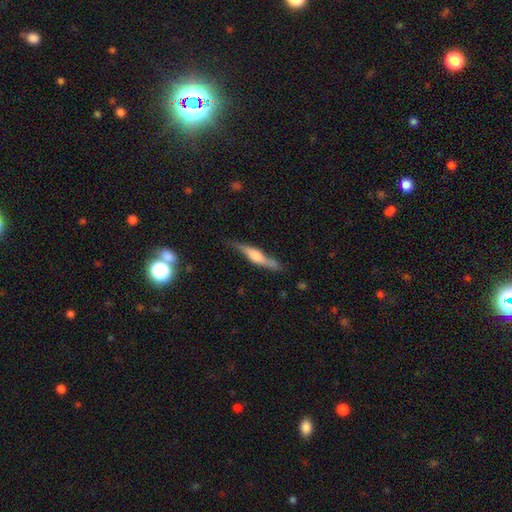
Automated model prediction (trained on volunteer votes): featured or disk 57%, smooth 37%, star or artifact 6%. Down the decision tree: edge-on disk — yes (89%); edge-on bulge — rounded (67%); merging — none (71%).